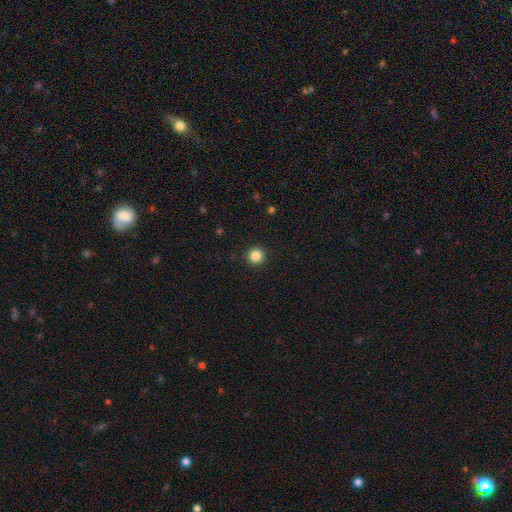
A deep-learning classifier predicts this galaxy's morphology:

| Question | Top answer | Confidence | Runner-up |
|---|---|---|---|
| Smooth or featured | smooth | 85% | star or artifact (11%) |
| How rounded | round | 96% | in between (3%) |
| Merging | none | 93% | minor disturbance (4%) |